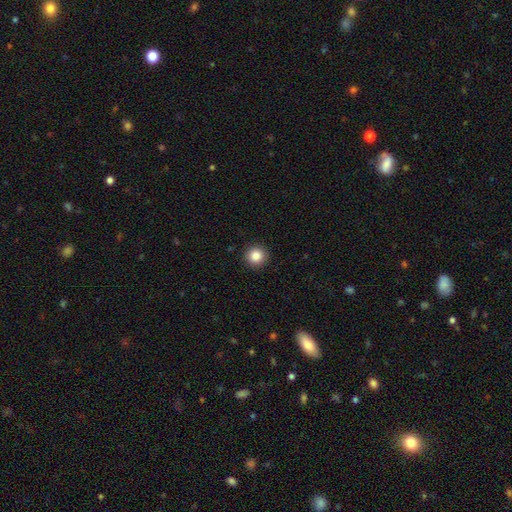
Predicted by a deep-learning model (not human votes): Smooth or featured? Predicted: smooth (p=0.86). How rounded? Predicted: round (p=0.95). Merging? Predicted: none (p=0.93).